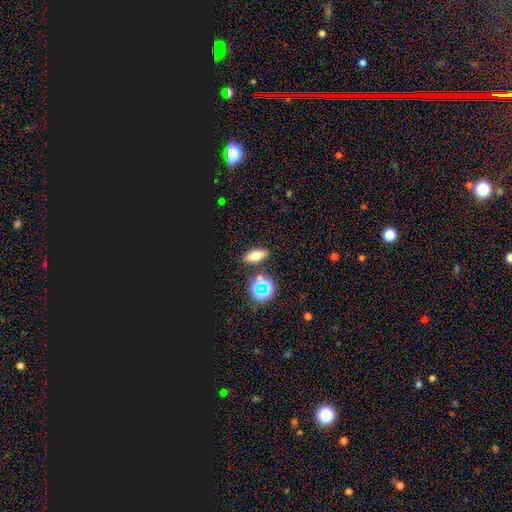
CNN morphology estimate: Smooth or featured: smooth — 54% (star or artifact — 25%)
How rounded: in between — 61% (cigar-shaped — 24%)
Merging: none — 85% (minor disturbance — 8%)